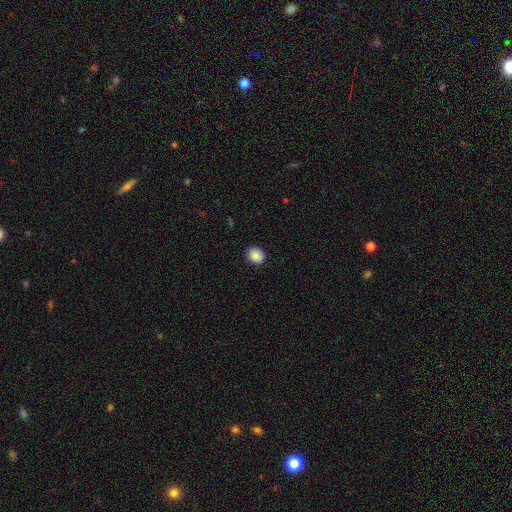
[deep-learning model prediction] A smooth galaxy with no disk features (88%) that is round (68%). Merging: none (90%).